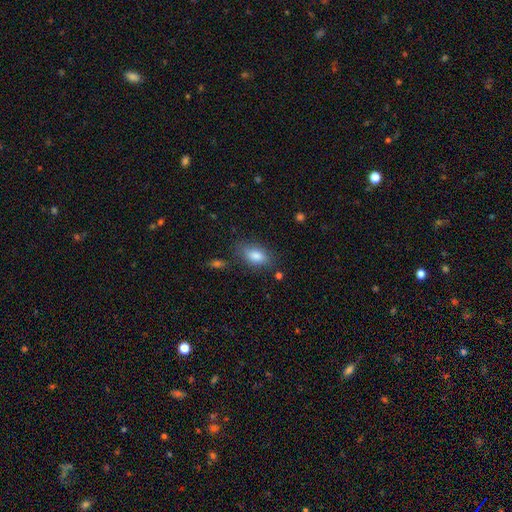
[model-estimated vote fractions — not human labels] This is clearly a smooth galaxy (83%). How rounded: clearly in between (89%). Merging: likely none (76%).